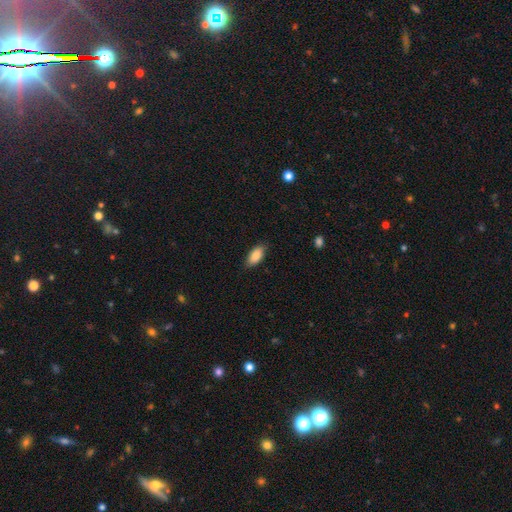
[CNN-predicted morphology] A smooth galaxy with no disk features (86%) that is in between round and cigar-shaped (90%).

Vote fractions:
- Smooth or featured? smooth: 86% / featured or disk: 7% / star or artifact: 7%
- How rounded? in between: 90% / cigar-shaped: 7% / round: 2%
- Merging? none: 84% / minor disturbance: 13% / major disturbance: 2% / merger: 1%